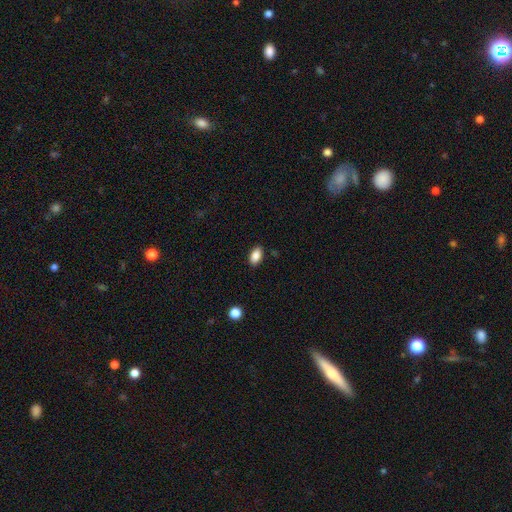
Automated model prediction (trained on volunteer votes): Smooth or featured? smooth (88%)
How rounded? in between (91%)
Merging? none (88%)